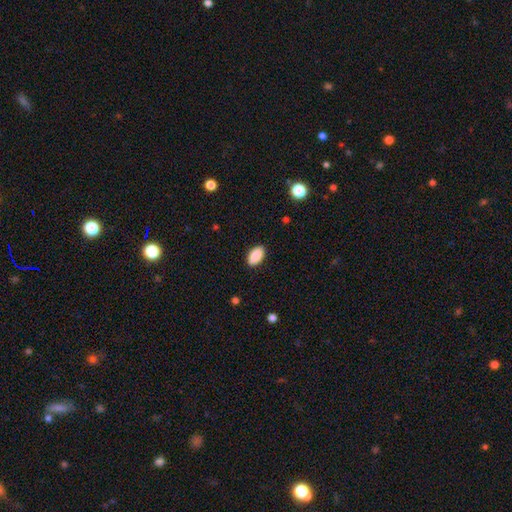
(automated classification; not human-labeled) Overall: smooth (88%). How rounded: in between (94%). Merging: none (88%).